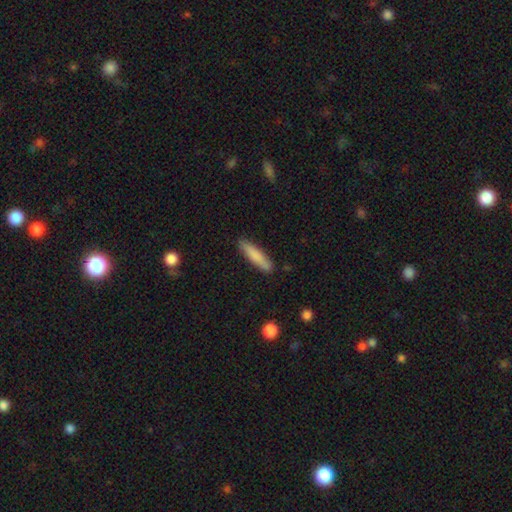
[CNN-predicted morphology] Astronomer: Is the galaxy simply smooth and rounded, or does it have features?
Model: smooth — 80%.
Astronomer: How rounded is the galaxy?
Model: cigar-shaped — 83%.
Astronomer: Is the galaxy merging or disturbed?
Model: none — 87%.